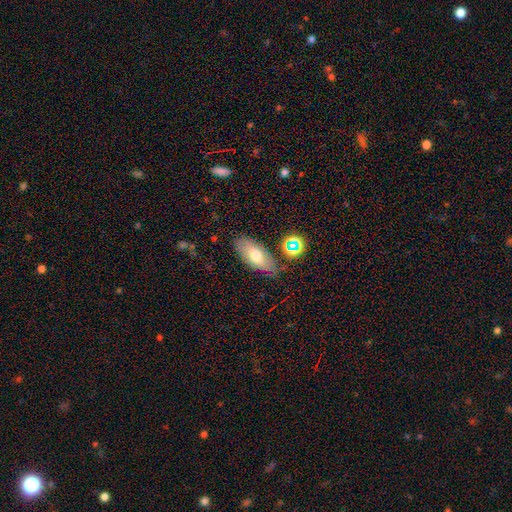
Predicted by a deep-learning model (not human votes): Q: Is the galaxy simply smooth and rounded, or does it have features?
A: smooth — 68%.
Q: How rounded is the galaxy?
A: in between — 85%.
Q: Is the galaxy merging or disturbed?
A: none — 76%.